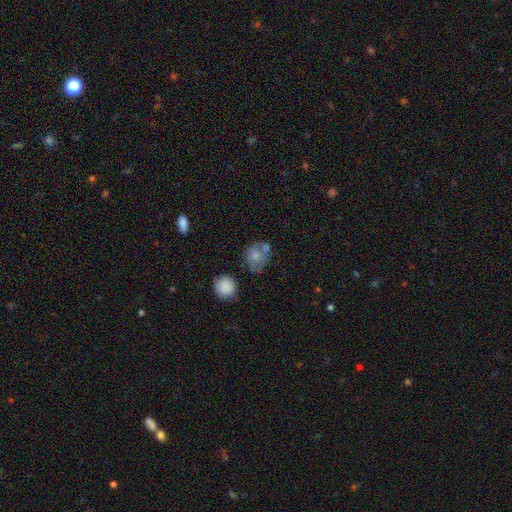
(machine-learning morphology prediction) Smooth or featured: smooth — 67% (featured or disk — 23%)
How rounded: round — 63% (in between — 36%)
Merging: none — 43% (merger — 23%)